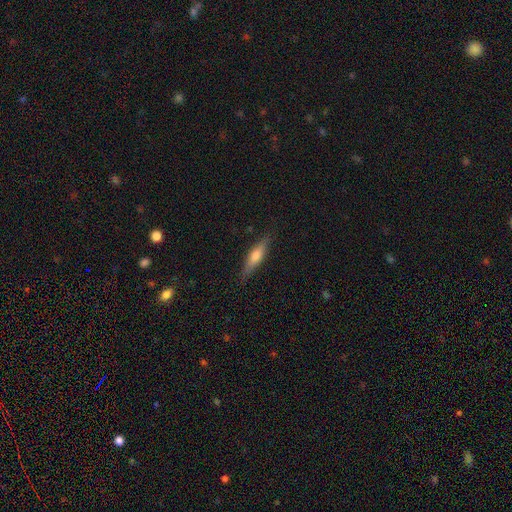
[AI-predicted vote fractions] Smooth or featured?
  - smooth: 49% *
  - featured or disk: 45%
  - star or artifact: 6%
Merging?
  - none: 86% *
  - minor disturbance: 10%
  - major disturbance: 2%
  - merger: 1%